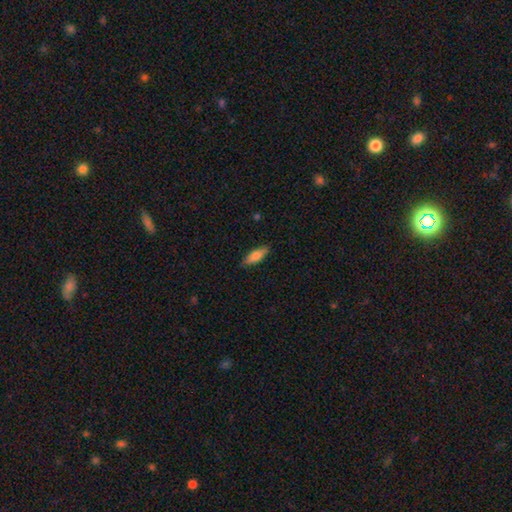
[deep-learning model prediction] Morphology: type=smooth (78%); roundness=in between (59%); merging=none (84%).